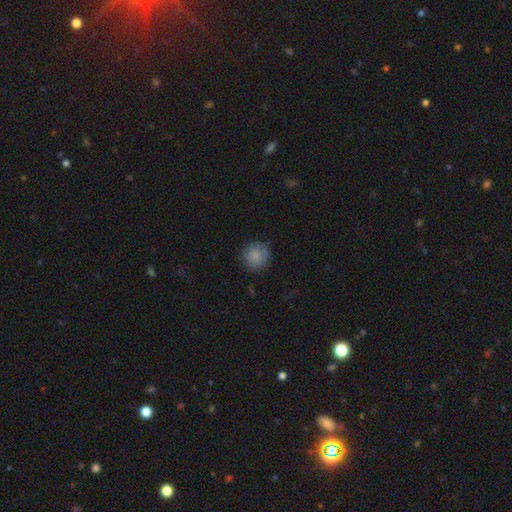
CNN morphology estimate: type=smooth (85%); roundness=round (93%); merging=none (83%).